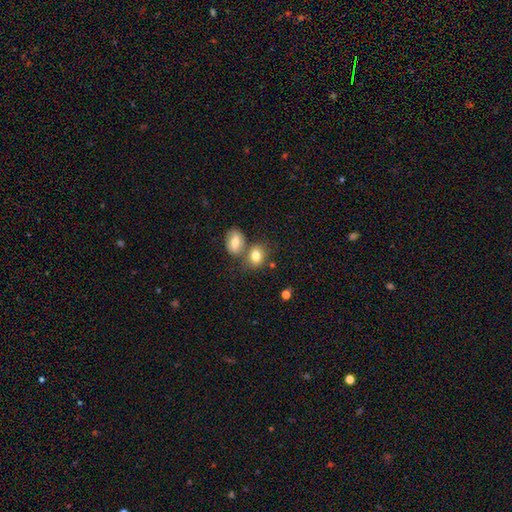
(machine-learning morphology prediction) This appears to be a smooth galaxy with no disk features (79%) that is in between round and cigar-shaped (61%). Merging: none (50%).